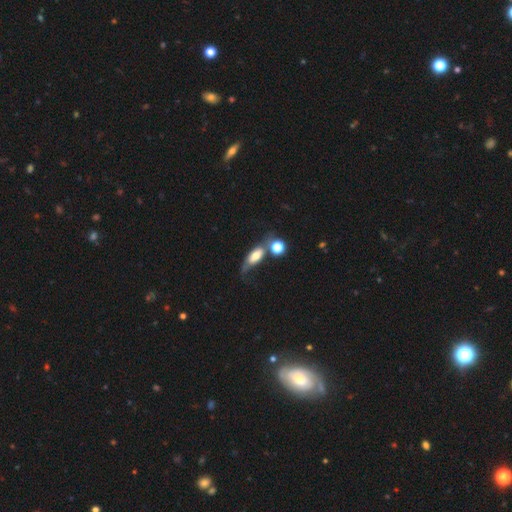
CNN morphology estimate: Smooth or featured?
  - smooth: 62% *
  - featured or disk: 28%
  - star or artifact: 10%
How rounded?
  - in between: 75% *
  - cigar-shaped: 16%
  - round: 9%
Merging?
  - merger: 31% * (tied)
  - none: 31% * (tied)
  - major disturbance: 20%
  - minor disturbance: 18%